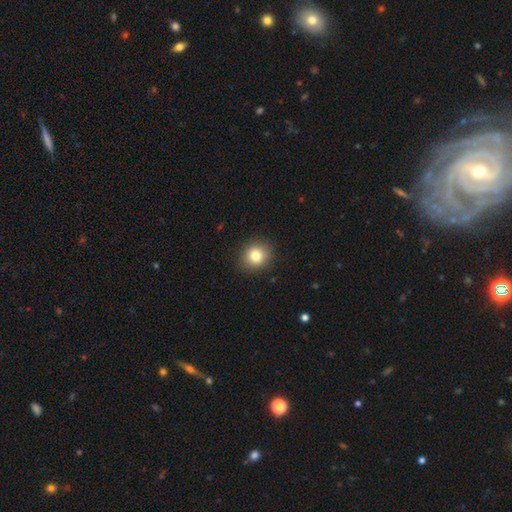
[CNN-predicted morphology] smooth 82%, star or artifact 11%, featured or disk 7%. Down the decision tree: how rounded — round (83%); merging — none (90%).